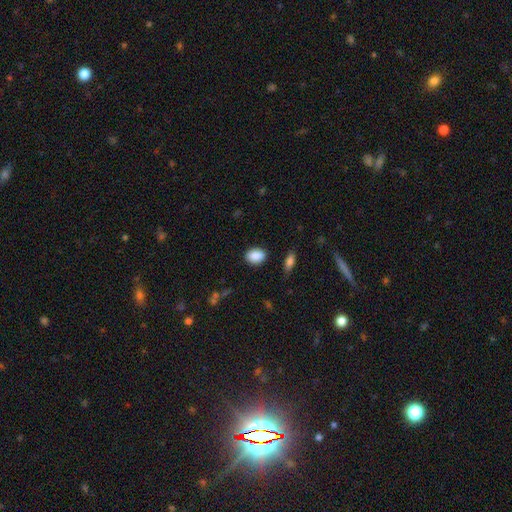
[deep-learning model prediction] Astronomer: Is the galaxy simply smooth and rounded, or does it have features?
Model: smooth — 88%.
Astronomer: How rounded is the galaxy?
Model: in between — 73%.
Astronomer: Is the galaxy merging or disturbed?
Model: none — 84%.